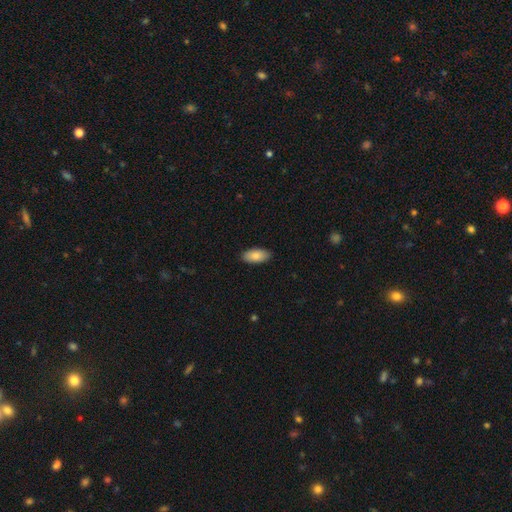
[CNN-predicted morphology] Smooth or featured? smooth (85%)
How rounded? in between (91%)
Merging? none (89%)